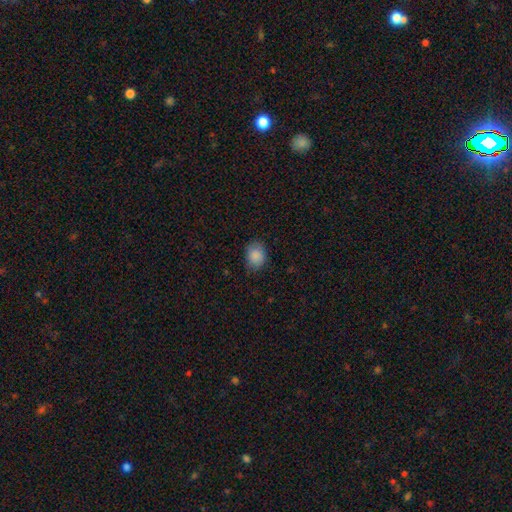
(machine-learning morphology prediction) Smooth or featured? Predicted: smooth (p=0.87). How rounded? Predicted: in between (p=0.62). Merging? Predicted: none (p=0.76).